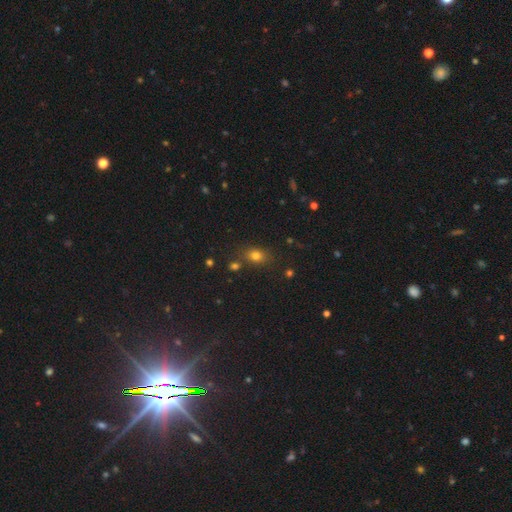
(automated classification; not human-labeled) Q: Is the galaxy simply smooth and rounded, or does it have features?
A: smooth — 75%.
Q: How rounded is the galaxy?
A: in between — 60%.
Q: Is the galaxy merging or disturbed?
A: none — 75%.